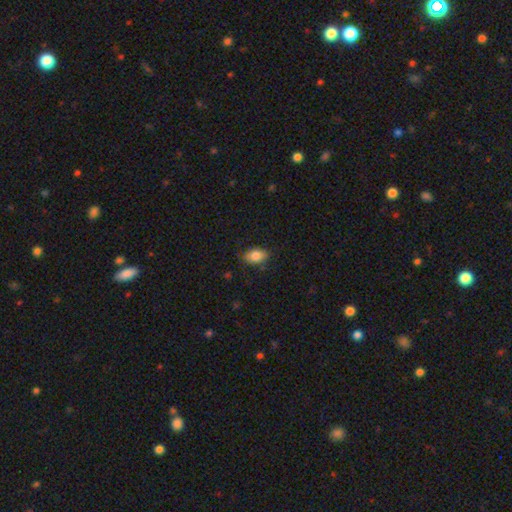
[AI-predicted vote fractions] The model was most divided on "merging": none: 81%, minor disturbance: 15%, major disturbance: 3%, merger: 1%. More confident: how rounded — in between (88%); smooth or featured — smooth (82%).